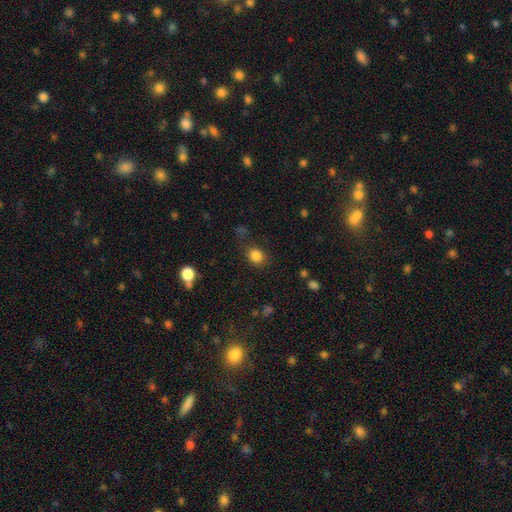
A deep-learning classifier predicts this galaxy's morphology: This appears to be a smooth galaxy with no disk features (84%) that is round (67%). Merging: none (76%).